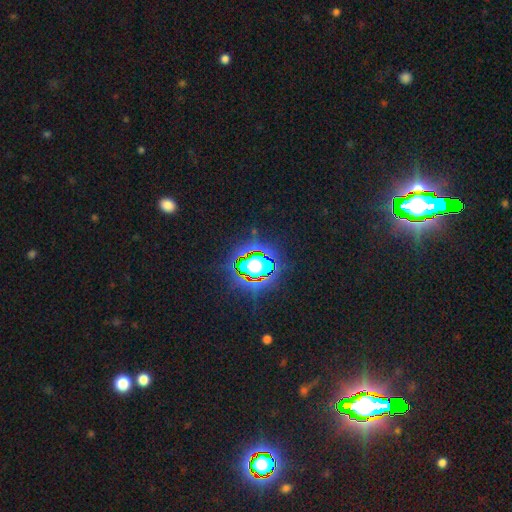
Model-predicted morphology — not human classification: The model was most divided on "smooth or featured": star or artifact: 83%, smooth: 9%, featured or disk: 7%.